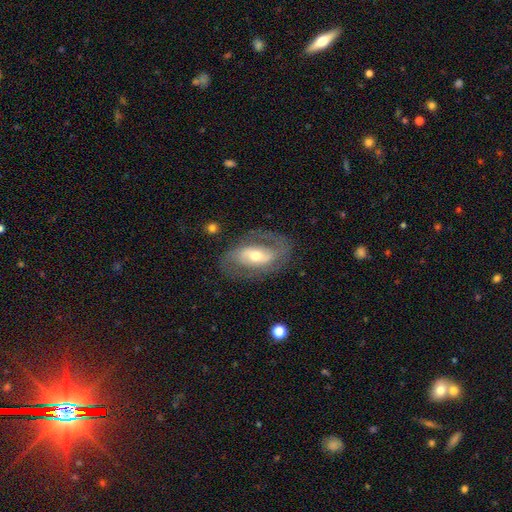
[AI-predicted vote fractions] smooth-or-featured: featured or disk: 78% | smooth: 16% | star or artifact: 6%
  disk-edge-on: no: 94% | yes: 6%
    bar: weak: 37% | strong: 35% | no: 28%
    has-spiral-arms: yes: 84% | no: 16%
      spiral-winding: medium: 48% | tight: 29% | loose: 23%
      spiral-arm-count: 2: 82% | can't tell: 9% | 1: 5% | 3: 2% | 4: 1% | more than 4: 1%
    bulge-size: moderate: 61% | small: 30% | large: 7% | dominant: 1% | none: 1%
  merging: none: 75% | minor disturbance: 15% | major disturbance: 9% | merger: 1%